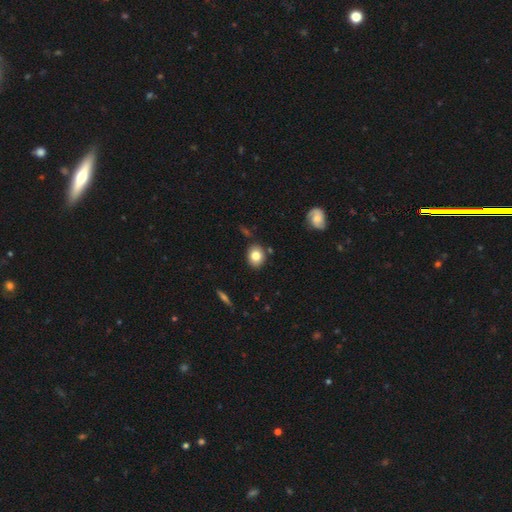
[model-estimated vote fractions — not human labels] The model was most divided on "how rounded": in between: 50%, round: 49%, cigar-shaped: 1%. More confident: merging — none (84%); smooth or featured — smooth (80%).